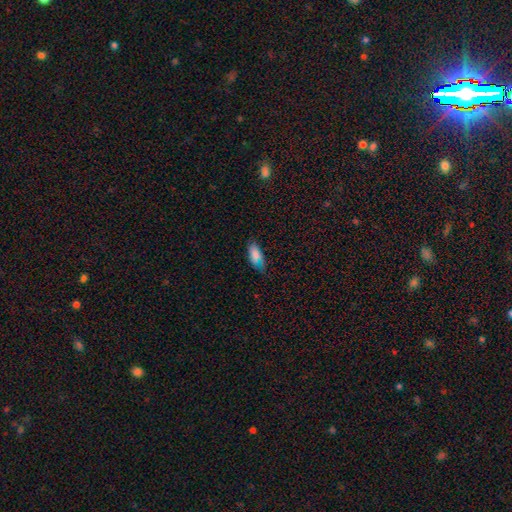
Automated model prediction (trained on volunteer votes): smooth-or-featured: smooth: 79% | featured or disk: 11% | star or artifact: 10%
  how-rounded: in between: 78% | cigar-shaped: 19% | round: 2%
  merging: none: 66% | minor disturbance: 26% | major disturbance: 6% | merger: 2%